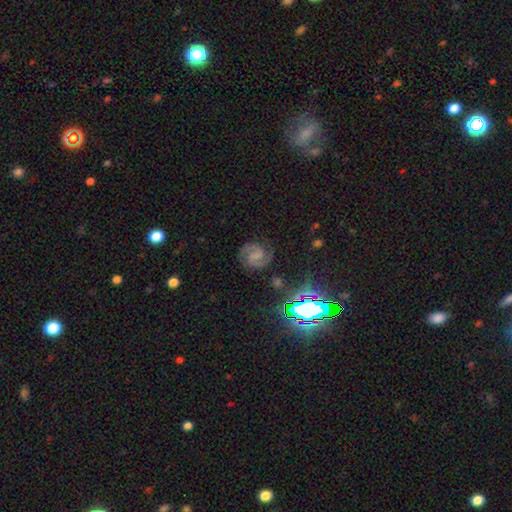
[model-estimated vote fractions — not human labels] This is clearly a featured or disk galaxy (85%). It is clearly not viewed edge-on (98%). Bar: possibly weak (49%). Spiral arm pattern: clearly yes (98%). Spiral arm count: clearly 2 (92%). Spiral winding: possibly medium (57%). Central bulge: possibly none (53%). Merging: clearly none (80%).